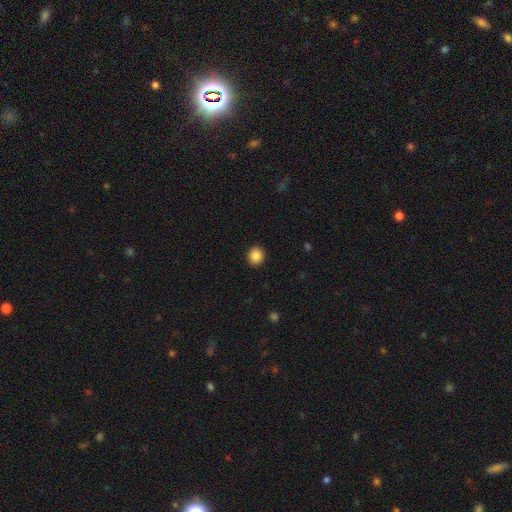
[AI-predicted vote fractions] smooth 86%, star or artifact 9%, featured or disk 4%. Down the decision tree: how rounded — round (89%); merging — none (93%).